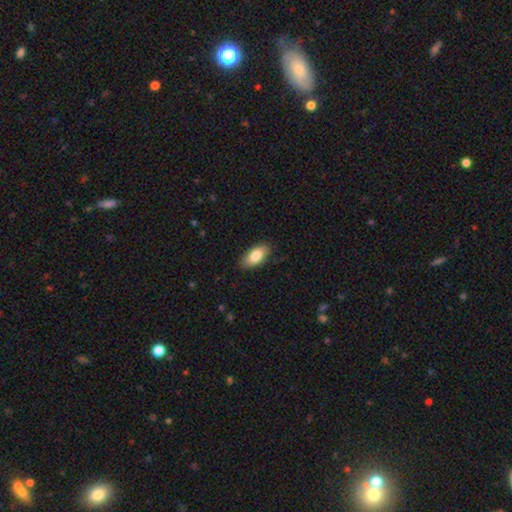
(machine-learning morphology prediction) Smooth or featured? smooth (83%)
How rounded? in between (91%)
Merging? none (86%)